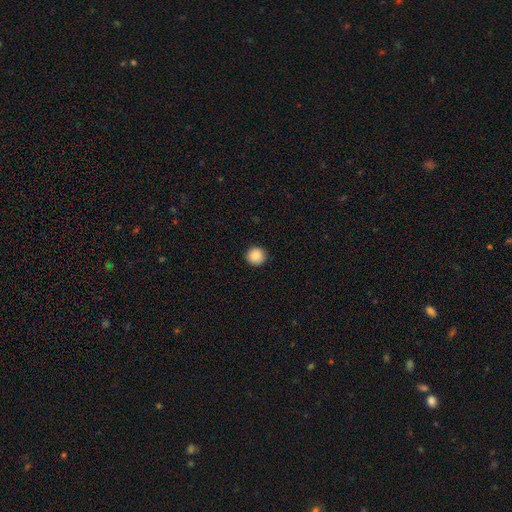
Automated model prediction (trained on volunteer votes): smooth 88%, star or artifact 9%, featured or disk 3%. Down the decision tree: how rounded — round (94%); merging — none (92%).